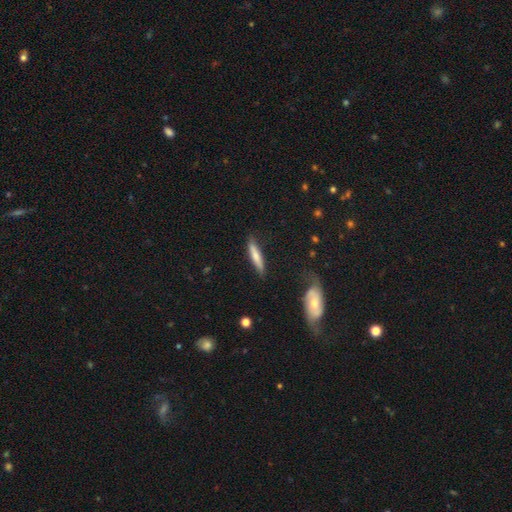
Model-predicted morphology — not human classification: A smooth galaxy with no disk features (69%) that is cigar-shaped (86%).

Vote fractions:
- Smooth or featured? smooth: 69% / featured or disk: 26% / star or artifact: 6%
- How rounded? cigar-shaped: 86% / in between: 12% / round: 2%
- Merging? none: 79% / minor disturbance: 15% / major disturbance: 3% / merger: 2%